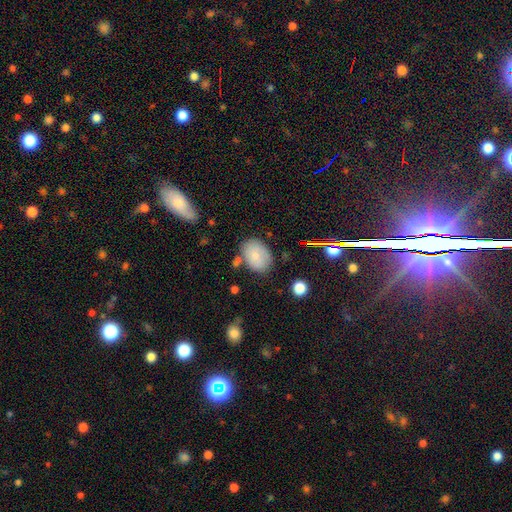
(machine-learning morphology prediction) smooth 75%, featured or disk 16%, star or artifact 9%. Down the decision tree: how rounded — in between (76%); merging — none (68%).